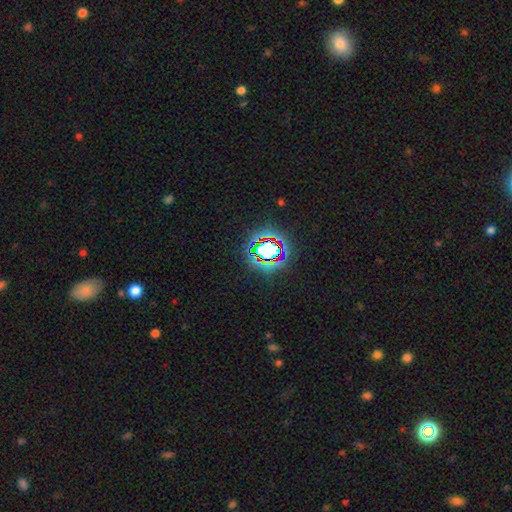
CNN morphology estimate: Smooth or featured?
  - star or artifact: 76% *
  - smooth: 14%
  - featured or disk: 9%